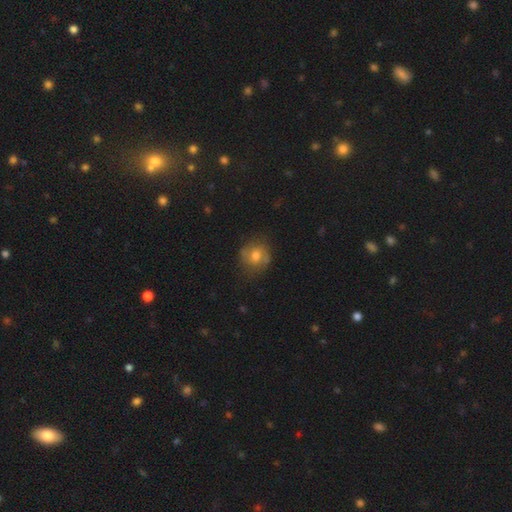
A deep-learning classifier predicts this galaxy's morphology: Smooth or featured? smooth (61%)
How rounded? round (78%)
Merging? none (71%)